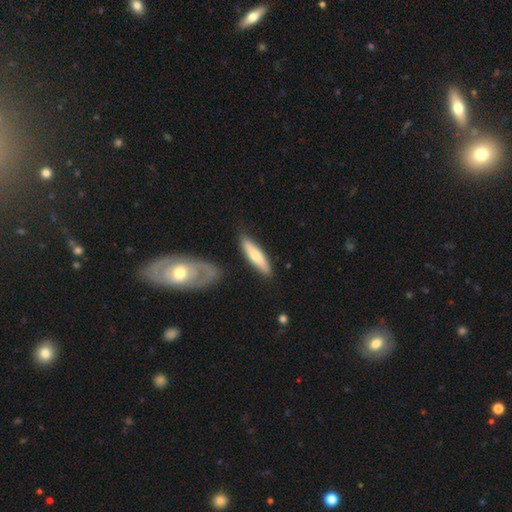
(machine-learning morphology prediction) This appears to be a smooth galaxy with no disk features (62%) that is cigar-shaped (72%). Merging: none (81%).